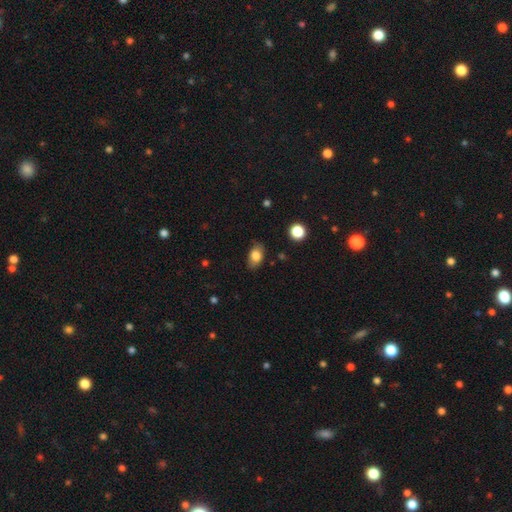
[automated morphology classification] Q: Smooth or featured?
A: smooth (81%); runner-up: featured or disk (11%)
Q: How rounded?
A: in between (87%); runner-up: round (11%)
Q: Merging?
A: none (80%); runner-up: minor disturbance (16%)